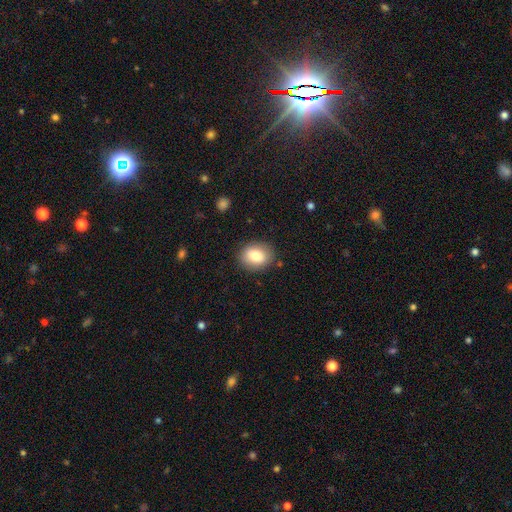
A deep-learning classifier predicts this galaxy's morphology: This appears to be a smooth galaxy with no disk features (82%) that is in between round and cigar-shaped (55%). Merging: none (85%).